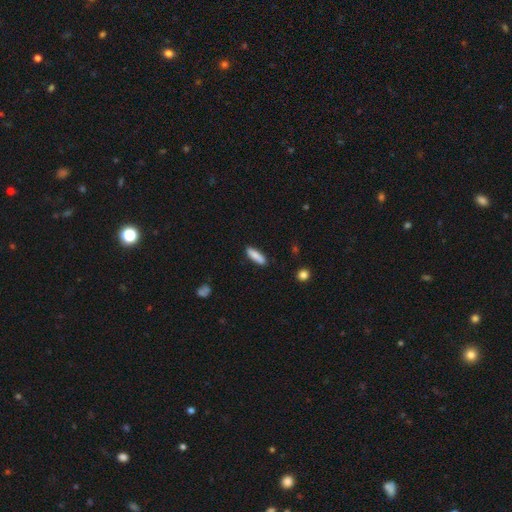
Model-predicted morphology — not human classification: smooth_or_featured: smooth (p=0.85) [alt: featured or disk p=0.09]
how_rounded: cigar-shaped (p=0.64) [alt: in between p=0.34]
merging: none (p=0.84) [alt: minor disturbance p=0.11]